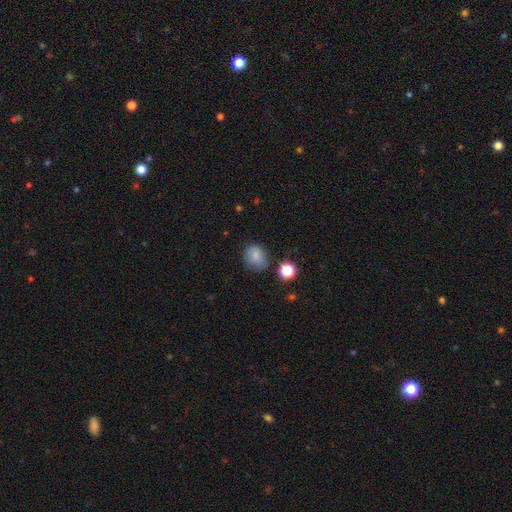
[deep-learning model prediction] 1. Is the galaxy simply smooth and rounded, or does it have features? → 78% smooth, 11% star or artifact, 10% featured or disk.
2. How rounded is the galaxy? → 66% round, 33% in between, 1% cigar-shaped.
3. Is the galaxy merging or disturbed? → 68% none, 21% minor disturbance, 6% major disturbance, 4% merger.